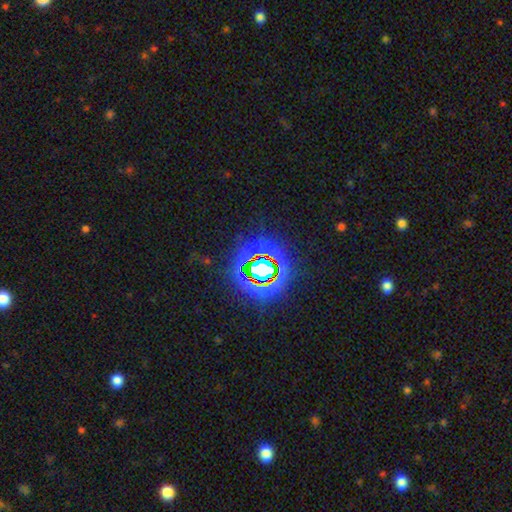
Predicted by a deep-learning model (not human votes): Smooth or featured: star or artifact — 80% (smooth — 11%)